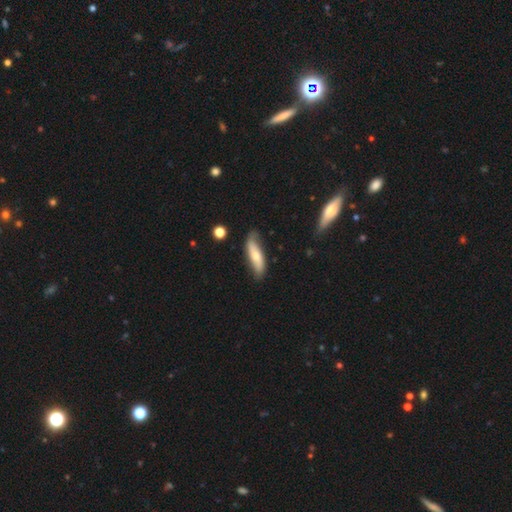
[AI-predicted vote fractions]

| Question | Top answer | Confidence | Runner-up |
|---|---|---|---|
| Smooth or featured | smooth | 57% | featured or disk (38%) |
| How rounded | cigar-shaped | 58% | in between (40%) |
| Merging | none | 69% | minor disturbance (24%) |